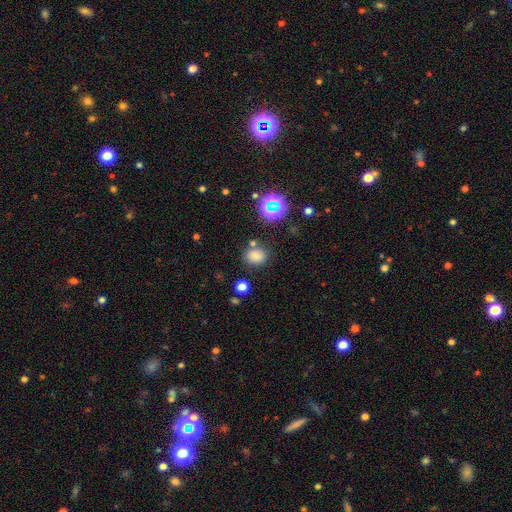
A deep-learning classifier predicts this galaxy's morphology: Q: Smooth or featured?
A: smooth (76%); runner-up: star or artifact (18%)
Q: How rounded?
A: round (57%); runner-up: in between (42%)
Q: Merging?
A: none (76%); runner-up: minor disturbance (12%)